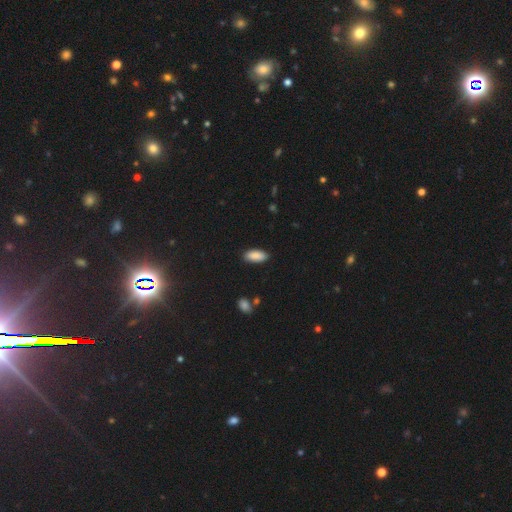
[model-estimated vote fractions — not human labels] The model was most divided on "how rounded": in between: 86%, cigar-shaped: 12%, round: 2%. More confident: smooth or featured — smooth (90%); merging — none (87%).